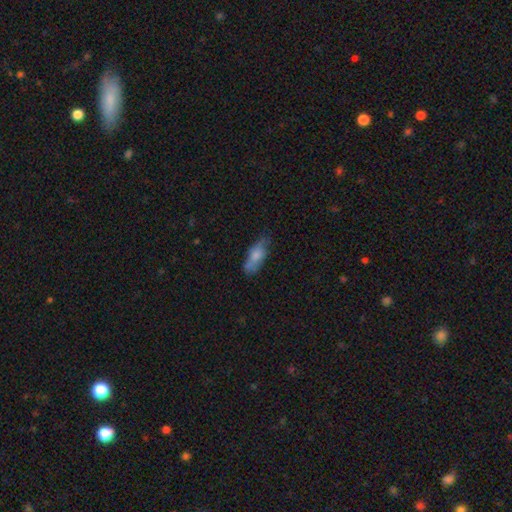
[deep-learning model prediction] A smooth galaxy with no disk features (68%) that is in between round and cigar-shaped (69%).

Vote fractions:
- Smooth or featured? smooth: 68% / featured or disk: 24% / star or artifact: 7%
- How rounded? in between: 69% / cigar-shaped: 28% / round: 3%
- Merging? none: 56% / minor disturbance: 29% / major disturbance: 8% / merger: 6%